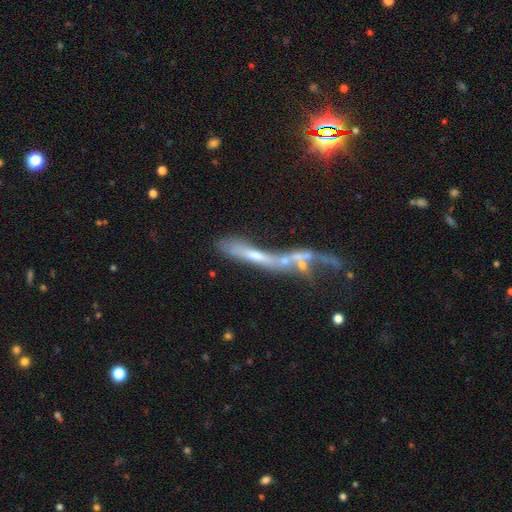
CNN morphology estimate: Smooth or featured: featured or disk — 58% (smooth — 22%)
Edge-on disk: no — 52% (yes — 48%)
Merging: merger — 48% (major disturbance — 21%)